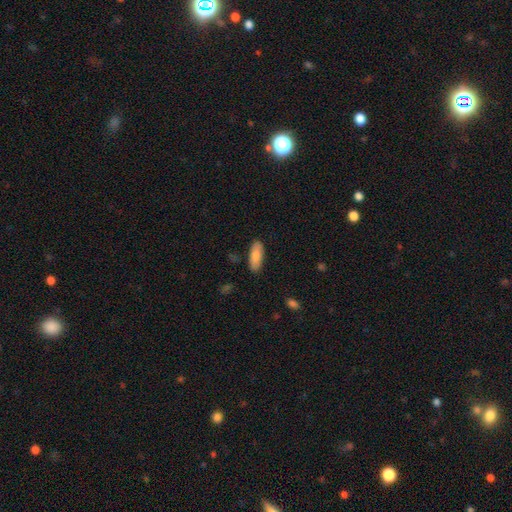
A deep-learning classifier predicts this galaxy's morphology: A smooth galaxy with no disk features (81%) that is in between round and cigar-shaped (71%).

Vote fractions:
- Smooth or featured? smooth: 81% / featured or disk: 13% / star or artifact: 6%
- How rounded? in between: 71% / cigar-shaped: 27% / round: 2%
- Merging? none: 87% / minor disturbance: 10% / major disturbance: 2% / merger: 1%